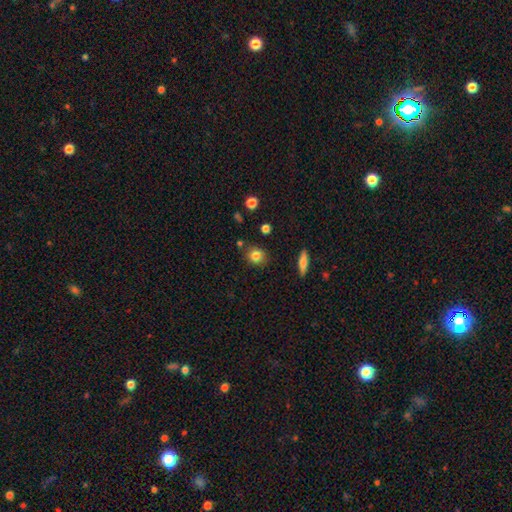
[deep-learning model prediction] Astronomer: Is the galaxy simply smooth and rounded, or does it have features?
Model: smooth — 82%.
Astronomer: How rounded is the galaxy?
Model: round — 79%.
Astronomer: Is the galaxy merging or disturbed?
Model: none — 83%.